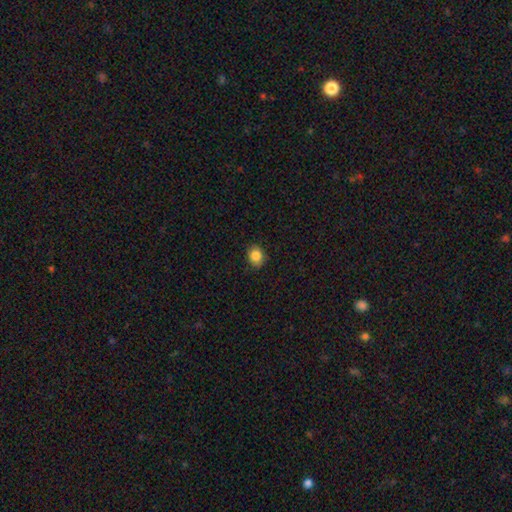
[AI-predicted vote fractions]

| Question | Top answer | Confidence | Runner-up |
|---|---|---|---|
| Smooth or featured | smooth | 85% | star or artifact (9%) |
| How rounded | round | 57% | in between (42%) |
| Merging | none | 88% | minor disturbance (9%) |